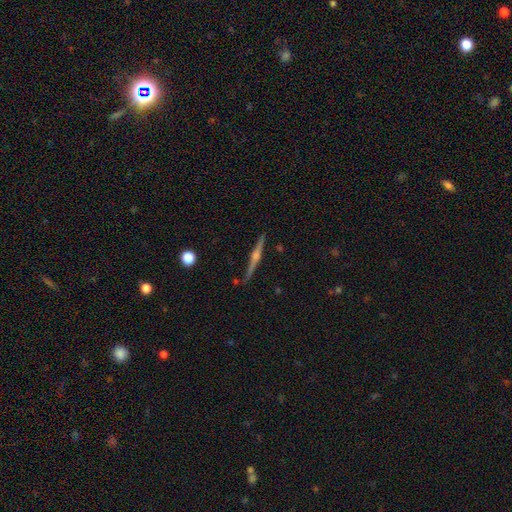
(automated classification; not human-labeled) This appears to be a featured or disk galaxy (82%) viewed edge-on (98%) with a rounded central bulge (85%). Merging: none (86%).